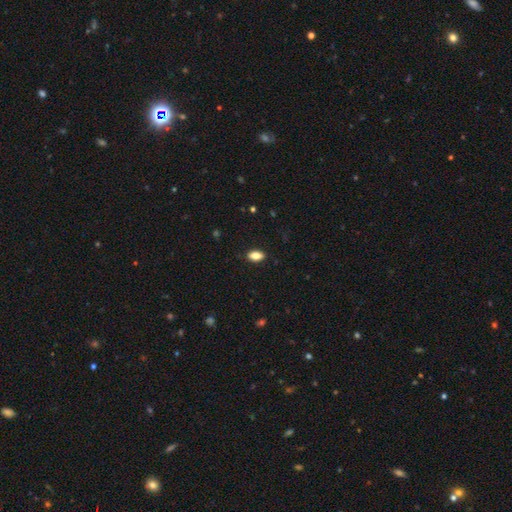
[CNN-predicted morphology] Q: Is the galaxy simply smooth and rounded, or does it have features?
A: smooth — 85%.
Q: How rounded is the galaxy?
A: in between — 90%.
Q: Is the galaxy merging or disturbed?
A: none — 88%.